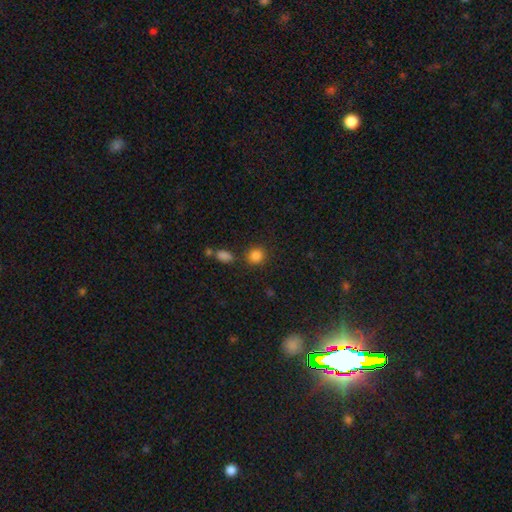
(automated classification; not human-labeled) Smooth or featured? Predicted: smooth (p=0.85). How rounded? Predicted: round (p=0.84). Merging? Predicted: none (p=0.79).